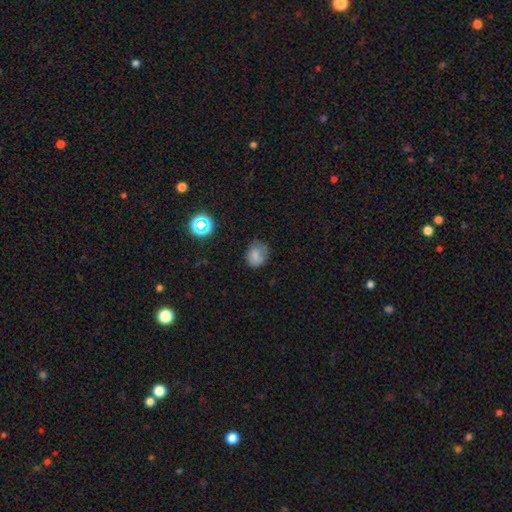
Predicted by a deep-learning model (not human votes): A smooth galaxy with no disk features (74%) that is round (57%). Merging: none (58%).